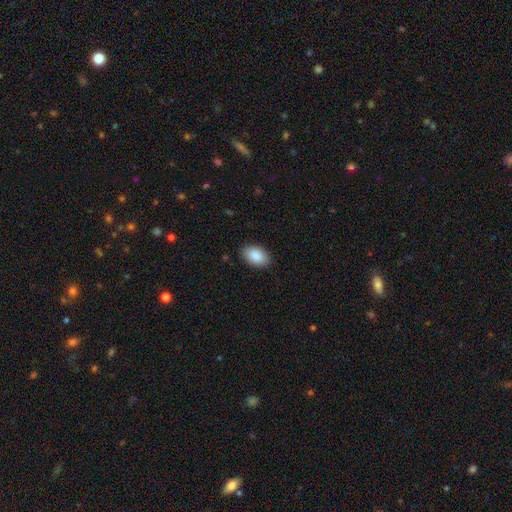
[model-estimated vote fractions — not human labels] This appears to be a smooth galaxy with no disk features (90%) that is in between round and cigar-shaped (92%). Merging: none (88%).